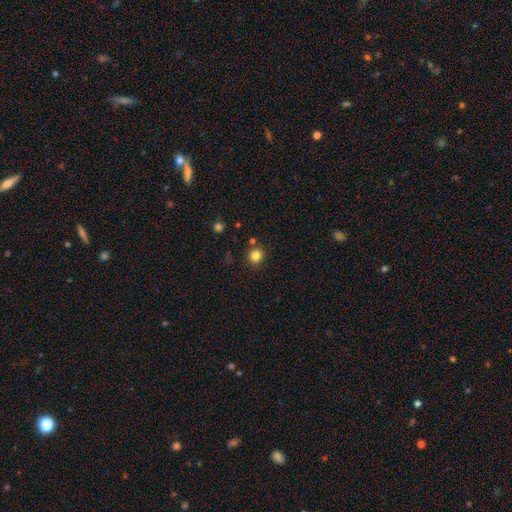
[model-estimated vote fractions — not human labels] This appears to be a smooth galaxy with no disk features (82%) that is round (87%). Merging: none (85%).